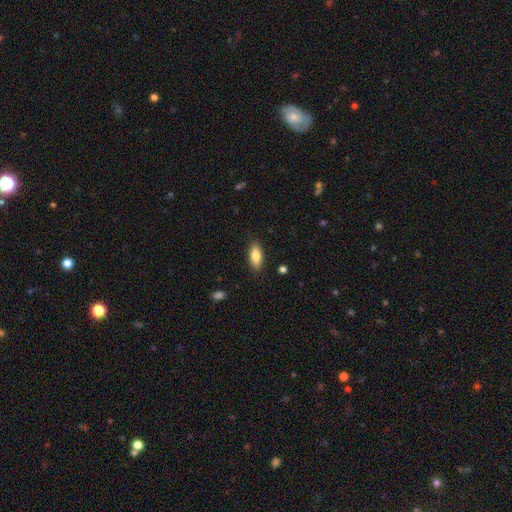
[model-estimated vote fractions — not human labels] Overall: smooth (83%). How rounded: in between (79%). Merging: none (87%).